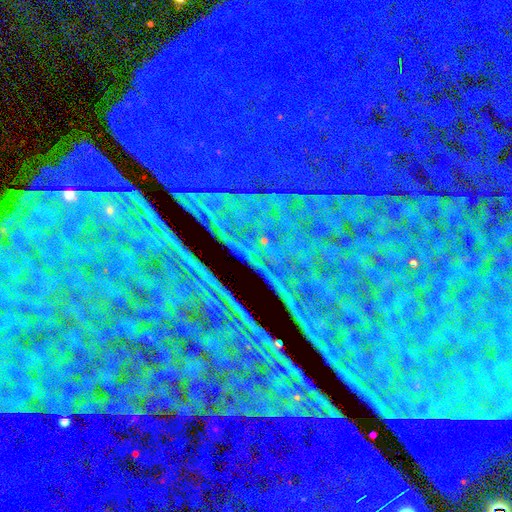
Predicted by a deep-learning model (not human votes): A star or artifact, not a galaxy (88%).

Vote fractions:
- Smooth or featured? star or artifact: 88% / featured or disk: 7% / smooth: 5%